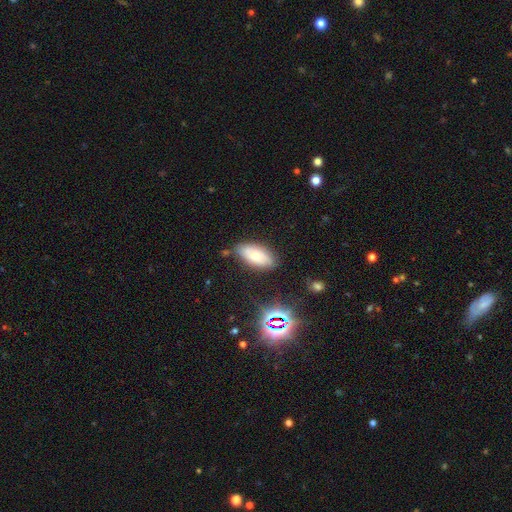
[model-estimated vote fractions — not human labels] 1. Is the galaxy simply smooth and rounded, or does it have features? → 55% smooth, 33% featured or disk, 12% star or artifact.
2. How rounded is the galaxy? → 90% in between, 7% cigar-shaped, 4% round.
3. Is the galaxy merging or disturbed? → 74% none, 19% minor disturbance, 4% major disturbance, 3% merger.